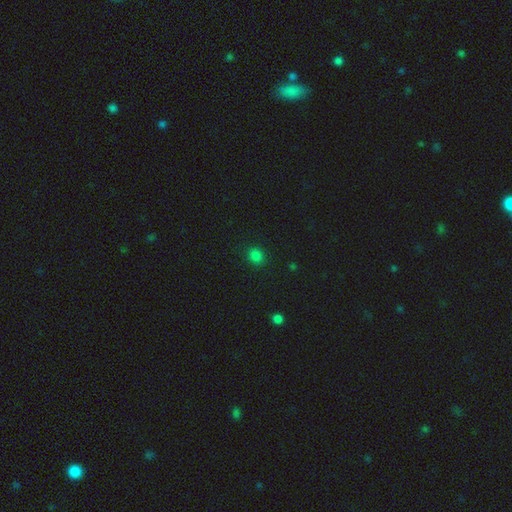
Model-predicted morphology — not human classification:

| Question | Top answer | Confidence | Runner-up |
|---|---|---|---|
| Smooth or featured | smooth | 80% | star or artifact (16%) |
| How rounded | round | 70% | in between (29%) |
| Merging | none | 89% | minor disturbance (8%) |